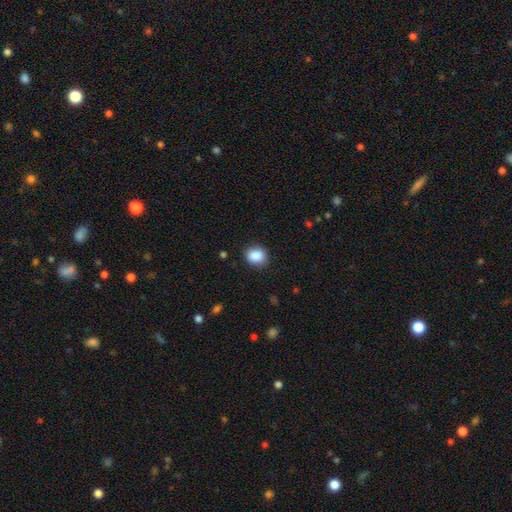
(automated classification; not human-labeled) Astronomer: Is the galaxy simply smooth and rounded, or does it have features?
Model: smooth — 88%.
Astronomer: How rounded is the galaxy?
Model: round — 63%.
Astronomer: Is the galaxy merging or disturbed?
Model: none — 84%.